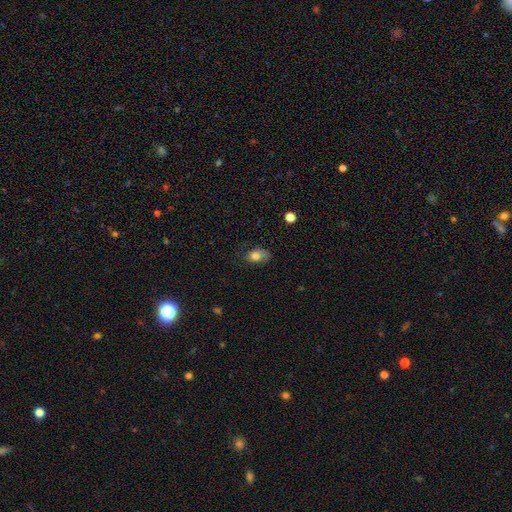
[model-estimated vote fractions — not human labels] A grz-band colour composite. It shows a smooth galaxy with no disk features (76%) that is in between round and cigar-shaped (77%). Merging: none (58%).